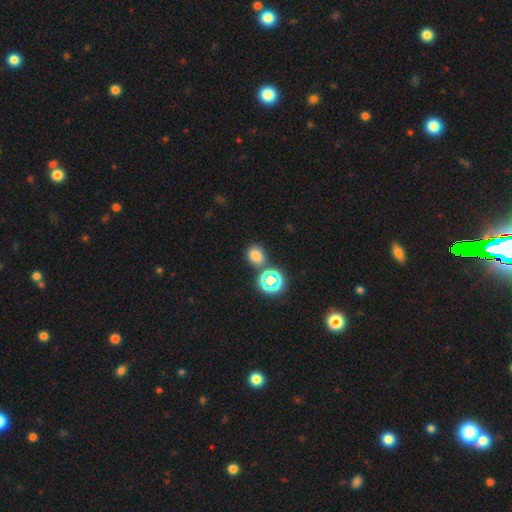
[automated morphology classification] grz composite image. It shows a smooth galaxy with no disk features (72%) that is round (63%). Merging: none (74%).